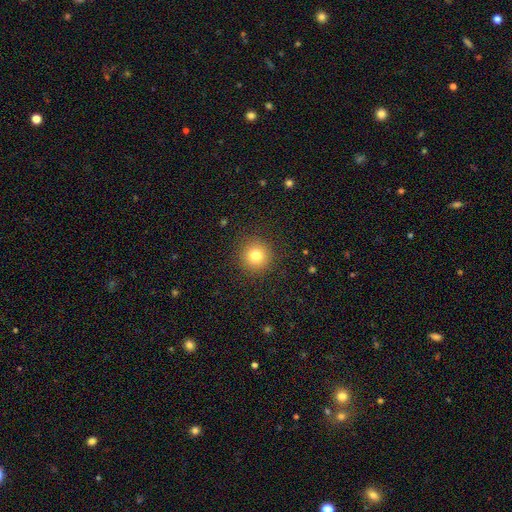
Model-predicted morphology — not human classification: A smooth galaxy with no disk features (79%) that is round (94%).

Vote fractions:
- Smooth or featured? smooth: 79% / star or artifact: 13% / featured or disk: 8%
- How rounded? round: 94% / in between: 5% / cigar-shaped: 1%
- Merging? none: 90% / minor disturbance: 6% / major disturbance: 3% / merger: 1%